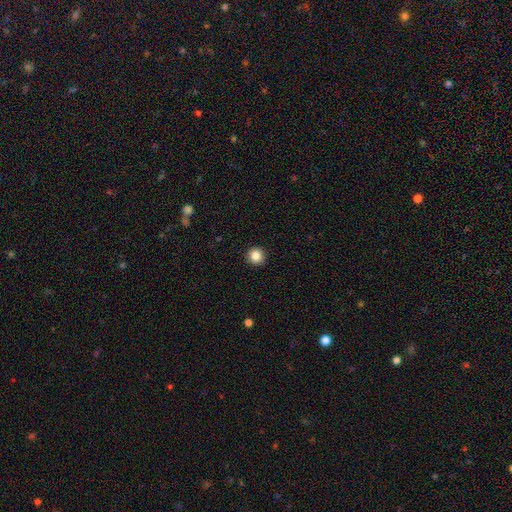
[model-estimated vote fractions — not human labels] smooth 84%, star or artifact 10%, featured or disk 5%. Down the decision tree: how rounded — round (95%); merging — none (93%).